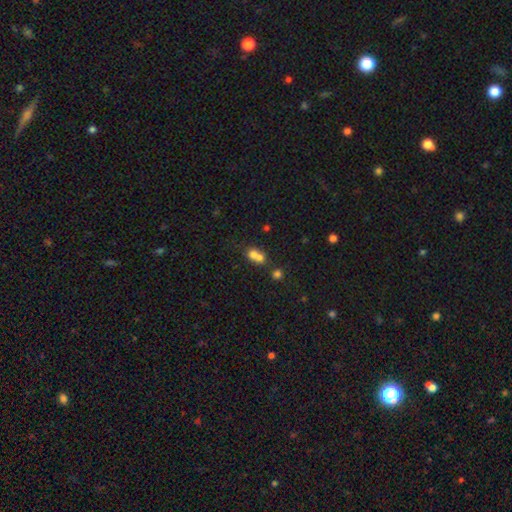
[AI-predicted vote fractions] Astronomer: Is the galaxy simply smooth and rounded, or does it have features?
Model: smooth — 70%.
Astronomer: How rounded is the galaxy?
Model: round — 66%.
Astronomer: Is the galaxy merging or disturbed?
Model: merger — 66%.